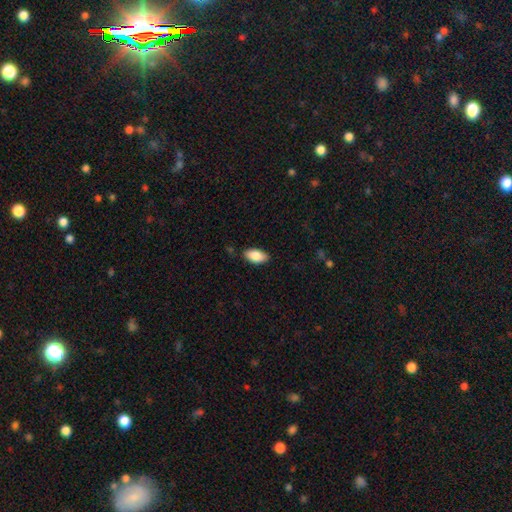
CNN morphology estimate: Smooth or featured? smooth (86%)
How rounded? in between (93%)
Merging? none (84%)